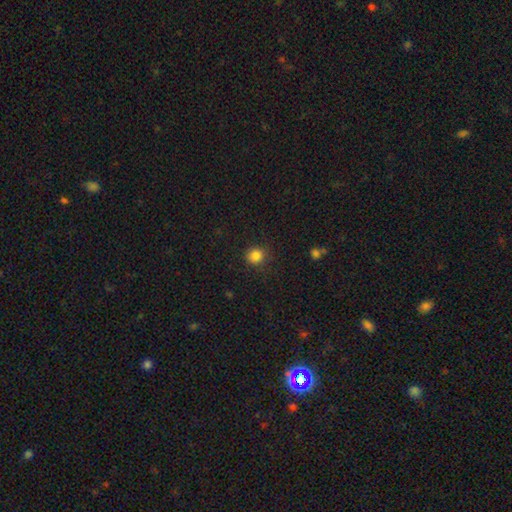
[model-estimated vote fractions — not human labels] The model was most divided on "smooth or featured": smooth: 84%, star or artifact: 12%, featured or disk: 4%. More confident: how rounded — round (87%); merging — none (87%).